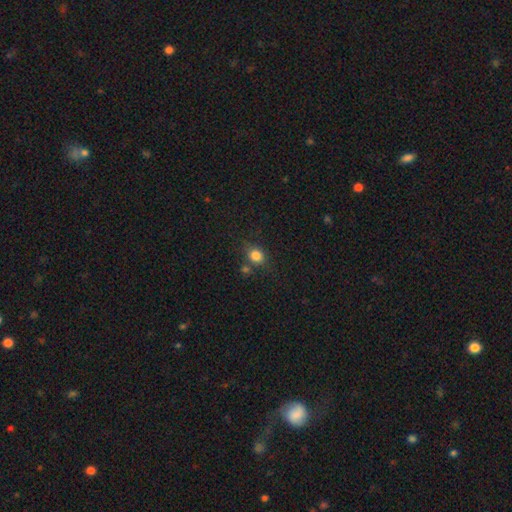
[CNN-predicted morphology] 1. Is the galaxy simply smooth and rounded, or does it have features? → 82% smooth, 12% star or artifact, 6% featured or disk.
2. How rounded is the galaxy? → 67% round, 31% in between, 1% cigar-shaped.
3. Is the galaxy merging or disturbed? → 68% none, 14% minor disturbance, 13% merger, 5% major disturbance.